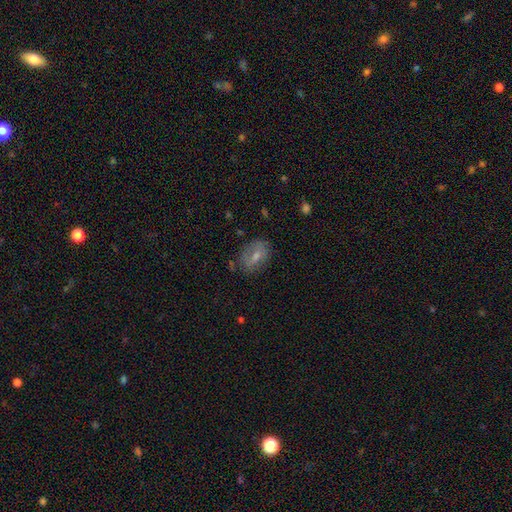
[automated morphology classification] Smooth or featured? smooth (57%)
How rounded? in between (78%)
Merging? none (67%)